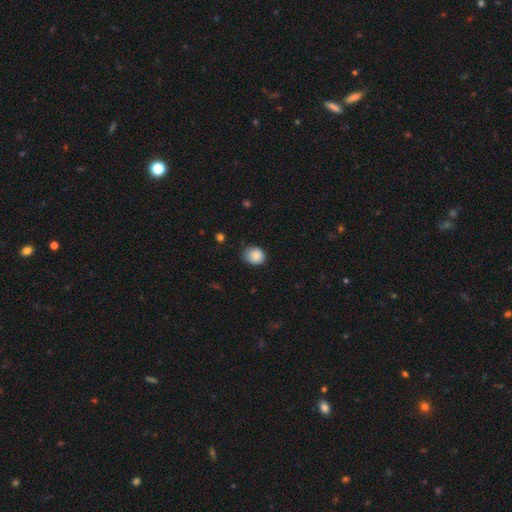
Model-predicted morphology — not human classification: smooth 84%, star or artifact 9%, featured or disk 7%. Down the decision tree: how rounded — round (67%); merging — none (72%).